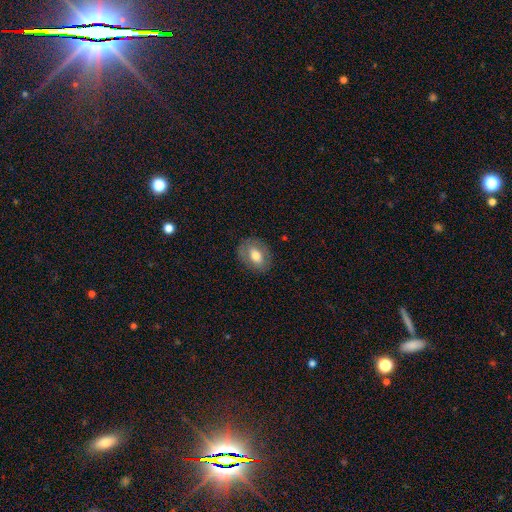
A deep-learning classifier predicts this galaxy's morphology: Smooth or featured?
  - smooth: 66% *
  - featured or disk: 26%
  - star or artifact: 8%
How rounded?
  - in between: 70% *
  - round: 29%
  - cigar-shaped: 2%
Merging?
  - none: 81% *
  - minor disturbance: 13%
  - major disturbance: 4%
  - merger: 1%